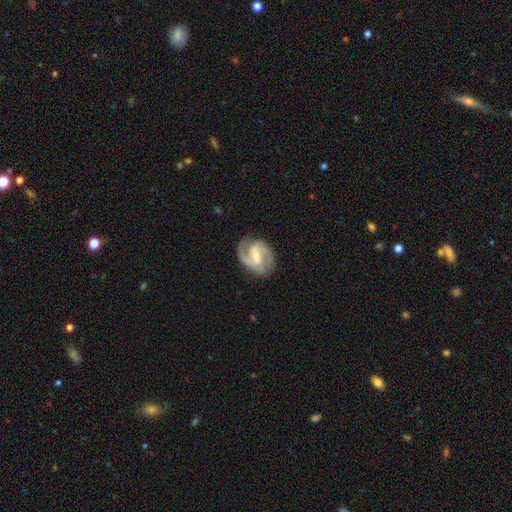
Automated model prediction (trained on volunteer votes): Smooth or featured? featured or disk (88%)
Edge-on disk? no (98%)
Bar? weak (49%)
Spiral arms? yes (97%)
Spiral winding? medium (56%)
Spiral arm count? 2 (86%)
Bulge size? moderate (48%)
Merging? none (79%)